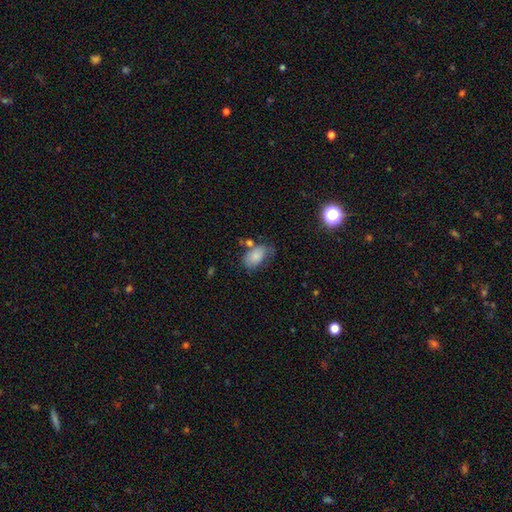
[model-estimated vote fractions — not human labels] Smooth or featured: smooth — 80% (featured or disk — 11%)
How rounded: in between — 89% (round — 10%)
Merging: none — 47% (minor disturbance — 29%)